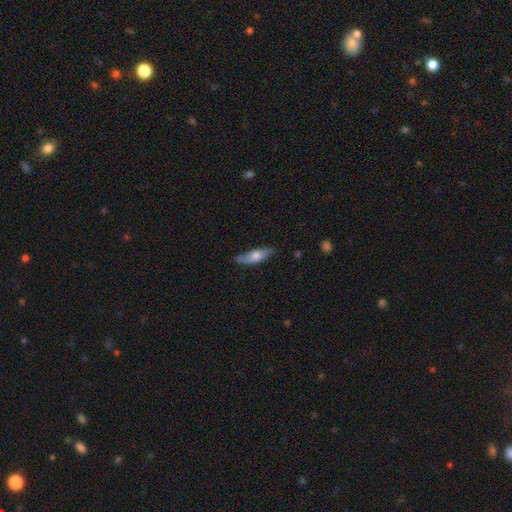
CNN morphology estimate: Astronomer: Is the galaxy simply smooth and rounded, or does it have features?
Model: smooth — 56% (runner-up: featured or disk, 38%).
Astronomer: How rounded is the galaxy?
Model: cigar-shaped — 52% (runner-up: in between, 45%).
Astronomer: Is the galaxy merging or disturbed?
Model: none — 71%.